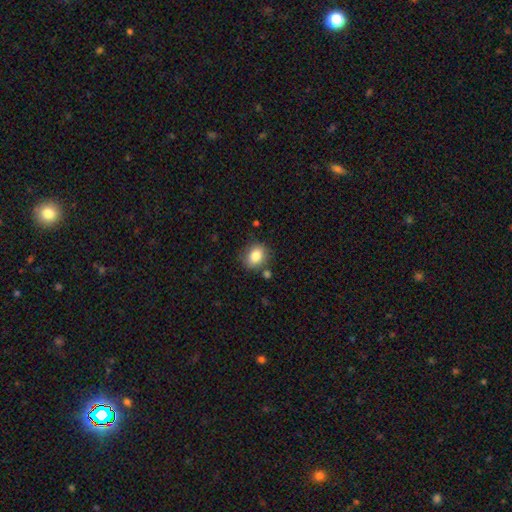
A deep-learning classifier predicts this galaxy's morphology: smooth_or_featured: smooth (p=0.83) [alt: star or artifact p=0.09]
how_rounded: in between (p=0.50) [alt: round p=0.49]
merging: none (p=0.79) [alt: minor disturbance p=0.12]